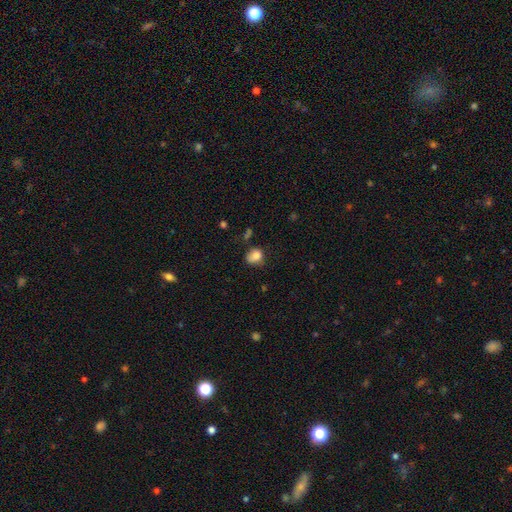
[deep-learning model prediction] This appears to be a smooth galaxy with no disk features (80%) that is round (55%). Merging: none (50%).